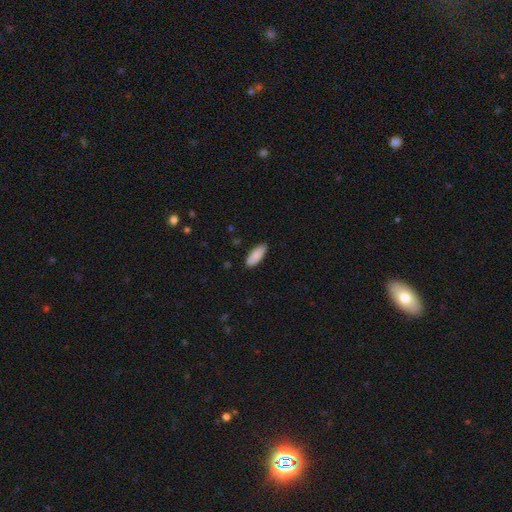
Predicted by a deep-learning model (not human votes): The model was most divided on "how rounded": in between: 77%, cigar-shaped: 21%, round: 2%. More confident: smooth or featured — smooth (87%); merging — none (86%).